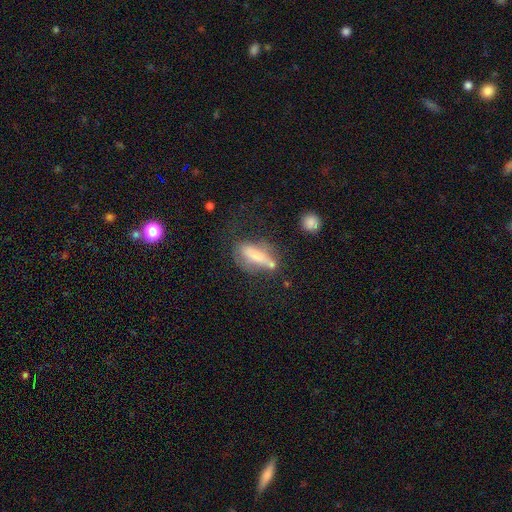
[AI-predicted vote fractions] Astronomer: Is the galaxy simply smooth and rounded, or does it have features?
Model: smooth — 61%.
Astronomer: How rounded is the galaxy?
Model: in between — 57% (runner-up: cigar-shaped, 39%).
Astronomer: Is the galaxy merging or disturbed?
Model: none — 39% (runner-up: minor disturbance, 25%).